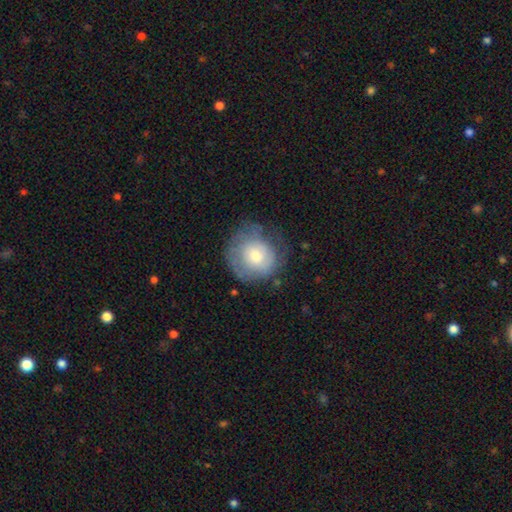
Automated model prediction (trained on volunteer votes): Q: Smooth or featured?
A: smooth (55%); runner-up: featured or disk (38%)
Q: How rounded?
A: round (86%); runner-up: in between (14%)
Q: Merging?
A: none (59%); runner-up: minor disturbance (26%)